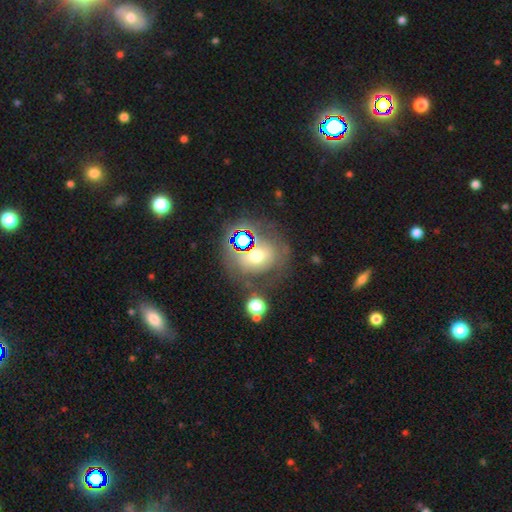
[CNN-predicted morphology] smooth_or_featured: smooth (p=0.48) [alt: star or artifact p=0.27]
merging: none (p=0.56) [alt: minor disturbance p=0.19]